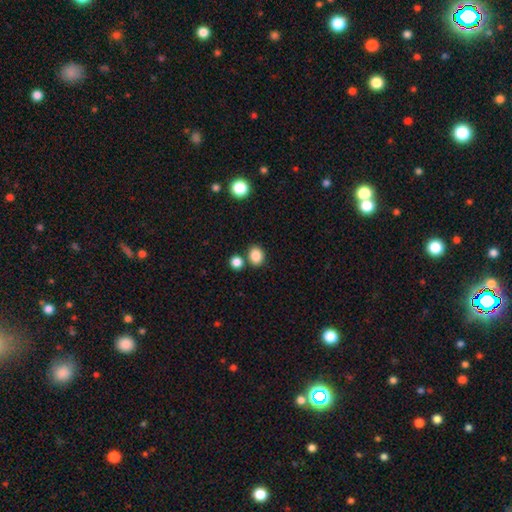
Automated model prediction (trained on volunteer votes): Q: Smooth or featured?
A: smooth (86%); runner-up: star or artifact (10%)
Q: How rounded?
A: round (58%); runner-up: in between (41%)
Q: Merging?
A: none (76%); runner-up: merger (13%)